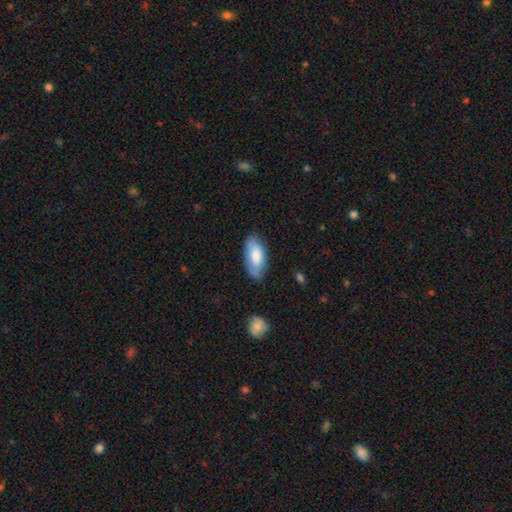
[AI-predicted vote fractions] A smooth galaxy with no disk features (77%) that is in between round and cigar-shaped (91%).

Vote fractions:
- Smooth or featured? smooth: 77% / featured or disk: 17% / star or artifact: 6%
- How rounded? in between: 91% / cigar-shaped: 7% / round: 2%
- Merging? none: 78% / minor disturbance: 17% / major disturbance: 3% / merger: 2%